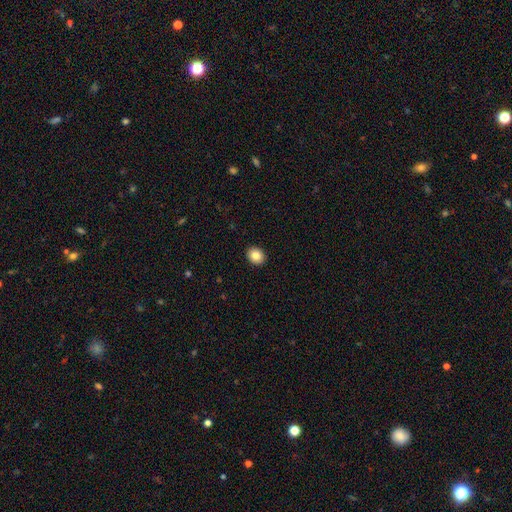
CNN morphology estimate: This appears to be a smooth galaxy with no disk features (84%) that is round (57%). Merging: none (92%).